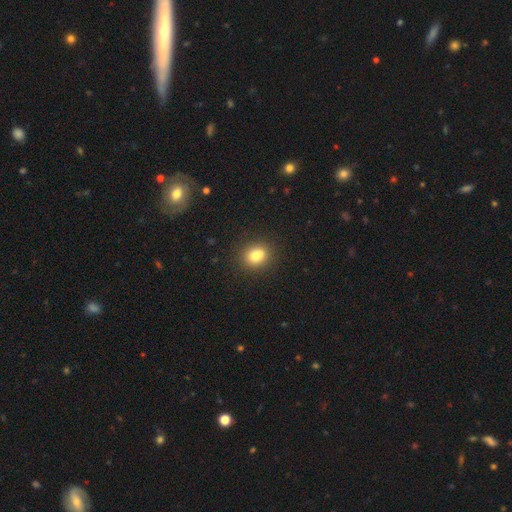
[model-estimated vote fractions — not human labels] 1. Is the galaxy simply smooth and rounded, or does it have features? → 77% smooth, 12% star or artifact, 11% featured or disk.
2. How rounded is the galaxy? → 72% round, 27% in between, 1% cigar-shaped.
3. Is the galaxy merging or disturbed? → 80% none, 10% minor disturbance, 7% merger, 3% major disturbance.